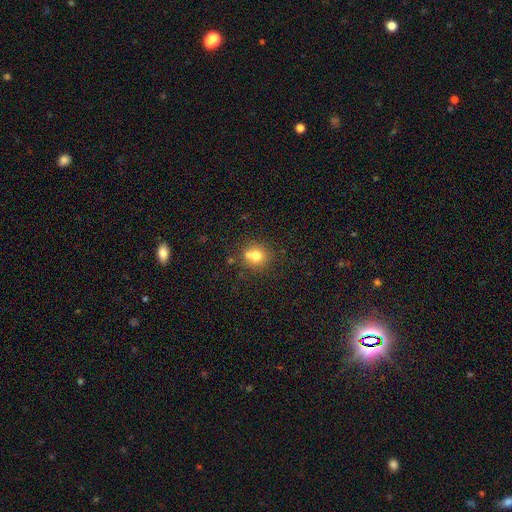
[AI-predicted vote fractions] Smooth or featured? Predicted: smooth (p=0.73). How rounded? Predicted: round (p=0.85). Merging? Predicted: none (p=0.58).